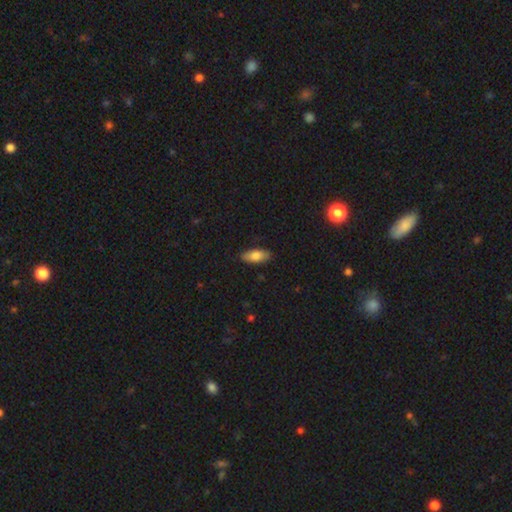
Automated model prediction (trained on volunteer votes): This is likely a smooth galaxy (79%). How rounded: clearly in between (85%). Merging: clearly none (86%).